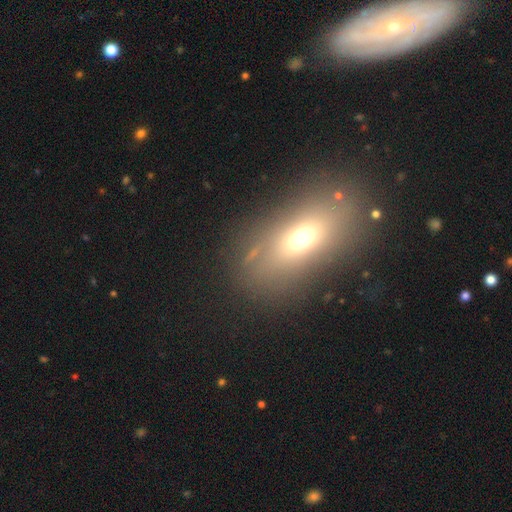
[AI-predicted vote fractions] Morphology: type=smooth (58%); roundness=in between (77%); merging=none (77%).